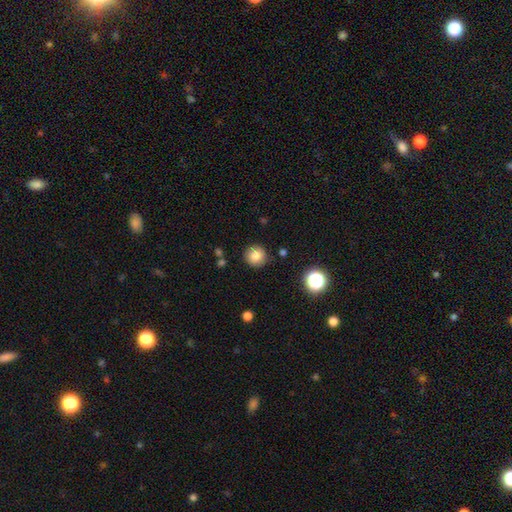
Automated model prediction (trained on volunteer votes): Morphology: type=smooth (82%); roundness=round (93%); merging=none (88%).